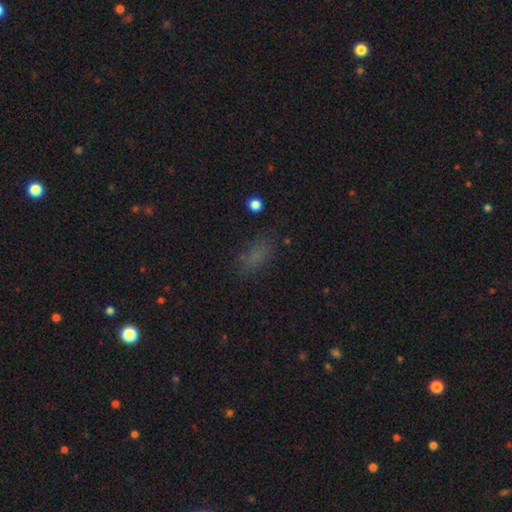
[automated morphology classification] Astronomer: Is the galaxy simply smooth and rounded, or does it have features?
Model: smooth — 72%.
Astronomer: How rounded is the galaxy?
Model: in between — 80%.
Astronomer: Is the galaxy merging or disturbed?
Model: none — 74%.